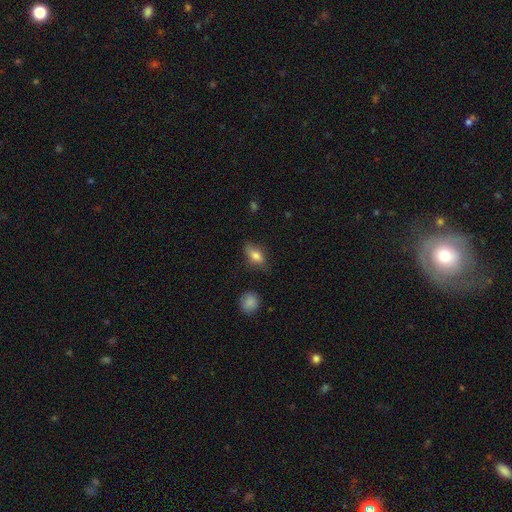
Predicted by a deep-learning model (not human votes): Morphology: type=smooth (73%); roundness=in between (79%); merging=none (73%).